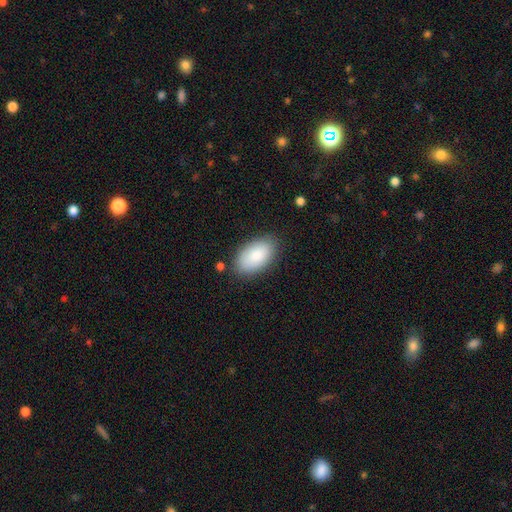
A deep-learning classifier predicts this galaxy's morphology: A smooth galaxy with no disk features (86%) that is in between round and cigar-shaped (95%).

Vote fractions:
- Smooth or featured? smooth: 86% / featured or disk: 8% / star or artifact: 6%
- How rounded? in between: 95% / round: 4% / cigar-shaped: 2%
- Merging? none: 83% / minor disturbance: 12% / major disturbance: 3% / merger: 2%